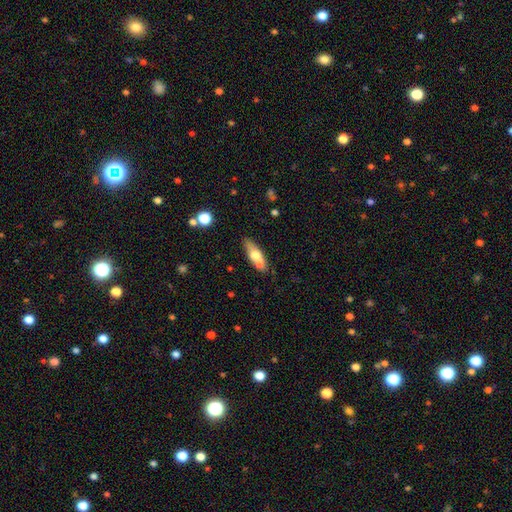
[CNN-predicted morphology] A smooth galaxy with no disk features (56%) that is in between round and cigar-shaped (54%).

Vote fractions:
- Smooth or featured? smooth: 56% / featured or disk: 38% / star or artifact: 6%
- How rounded? in between: 54% / cigar-shaped: 43% / round: 3%
- Merging? none: 70% / minor disturbance: 17% / merger: 9% / major disturbance: 4%